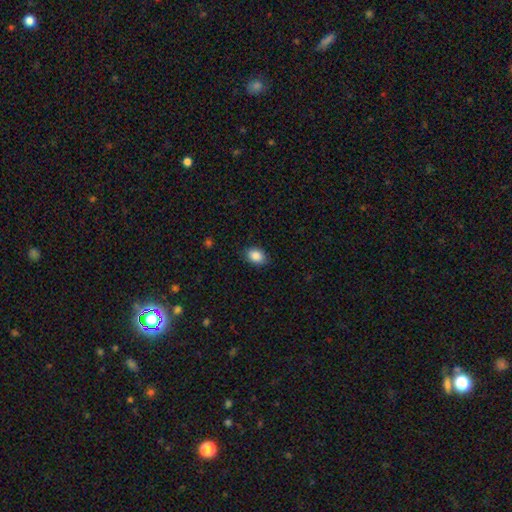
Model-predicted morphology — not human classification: smooth-or-featured: smooth: 87% | star or artifact: 8% | featured or disk: 4%
  how-rounded: in between: 76% | round: 23% | cigar-shaped: 1%
  merging: none: 86% | minor disturbance: 11% | major disturbance: 2% | merger: 1%